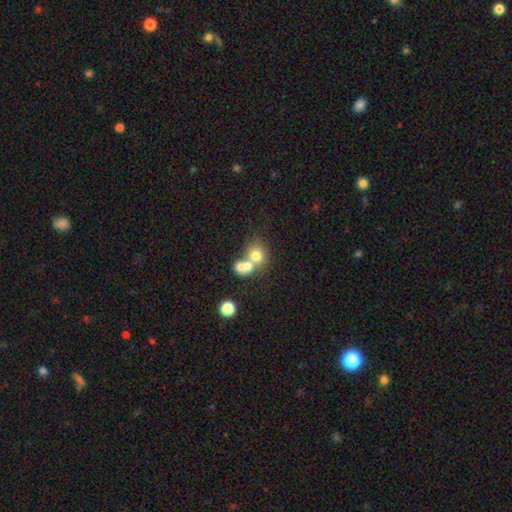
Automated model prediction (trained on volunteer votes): smooth 71%, featured or disk 18%, star or artifact 11%. Down the decision tree: how rounded — round (68%); merging — merger (65%).